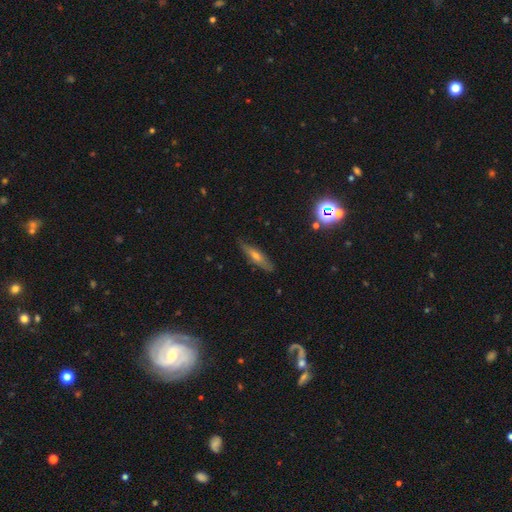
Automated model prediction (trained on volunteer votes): Overall: featured or disk (52%; smooth 36%). Edge-on disk: yes (83%). Merging: none (83%).